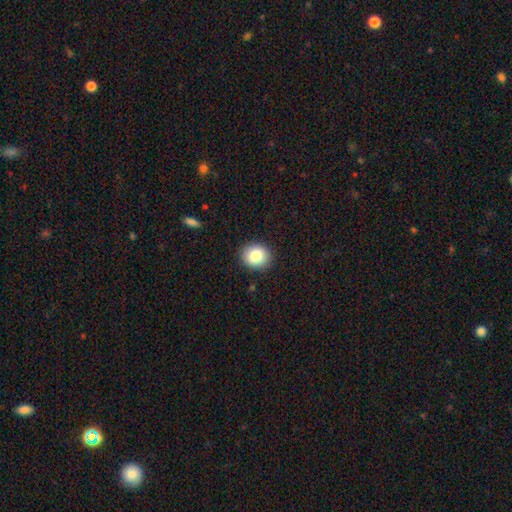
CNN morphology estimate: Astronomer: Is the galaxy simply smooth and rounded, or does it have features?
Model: smooth — 83%.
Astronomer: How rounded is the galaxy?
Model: round — 68%.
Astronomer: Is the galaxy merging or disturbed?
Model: none — 90%.